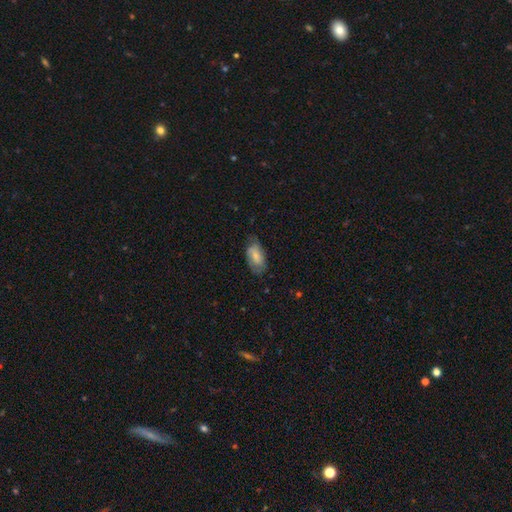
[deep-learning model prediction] This appears to be a smooth galaxy with no disk features (61%) that is in between round and cigar-shaped (92%). Merging: none (65%).